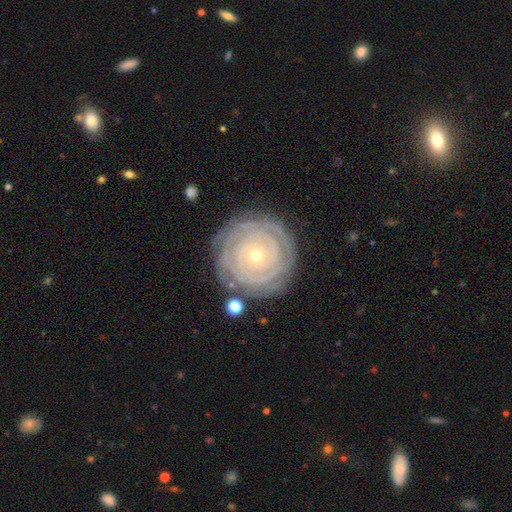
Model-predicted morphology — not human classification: A featured or disk galaxy (86%) with no bar (86%), tight (92%) spiral arms (94%) and a small central bulge (77%).

Vote fractions:
- Smooth or featured? featured or disk: 86% / smooth: 9% / star or artifact: 5%
- Edge-on disk? no: 97% / yes: 3%
- Bar? no: 86% / weak: 10% / strong: 5%
- Spiral arms? yes: 94% / no: 6%
- Spiral winding? tight: 92% / medium: 7% / loose: 2%
- Spiral arm count? can't tell: 33% / 2: 19% / 3: 18% / 4: 15% / more than 4: 8% / 1: 7%
- Bulge size? small: 77% / moderate: 20% / large: 1% / dominant: 1% / none: 1%
- Merging? none: 83% / minor disturbance: 12% / major disturbance: 4% / merger: 2%